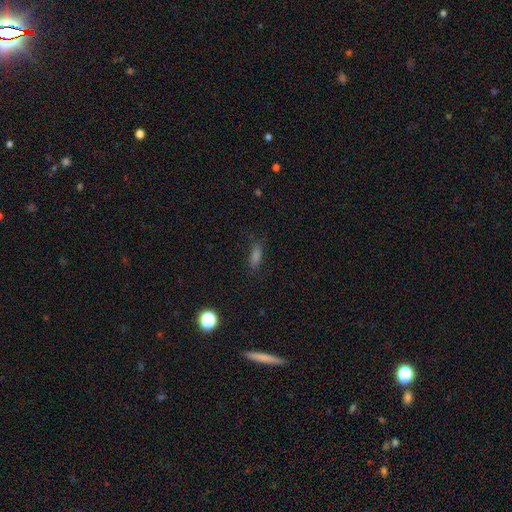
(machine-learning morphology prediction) This appears to be a smooth galaxy with no disk features (67%) that is cigar-shaped (47%). Merging: none (76%).